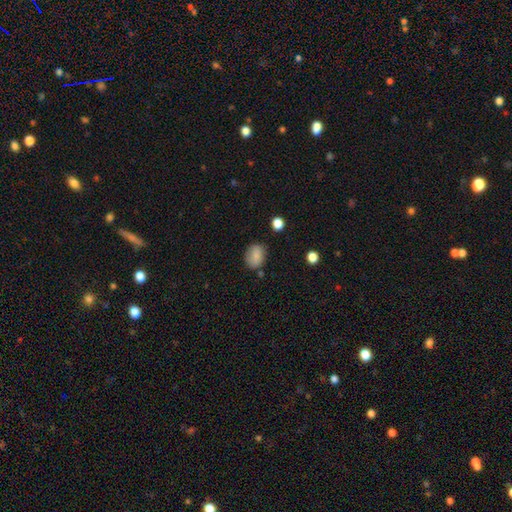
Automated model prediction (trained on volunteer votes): Overall: smooth (81%). How rounded: in between (59%; round 39%). Merging: none (74%).